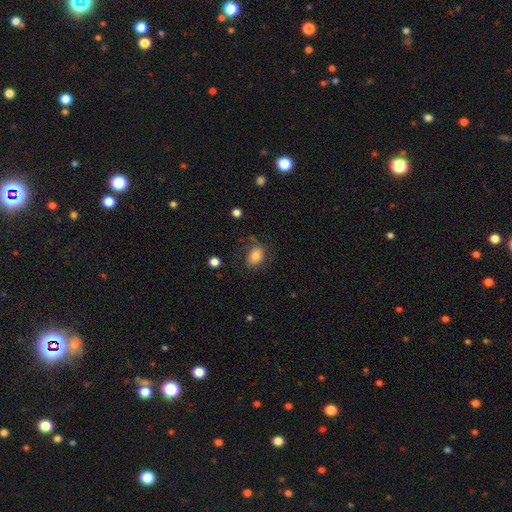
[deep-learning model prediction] A smooth galaxy with no disk features (73%) that is in between round and cigar-shaped (70%). Merging: none (61%).